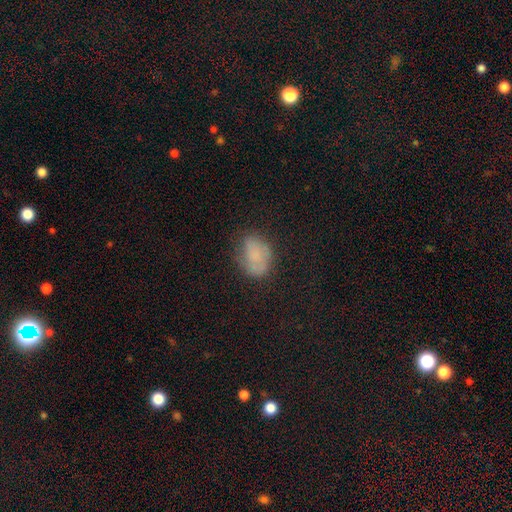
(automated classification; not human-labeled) Smooth or featured?
  - smooth: 69% *
  - featured or disk: 19%
  - star or artifact: 12%
How rounded?
  - in between: 74% *
  - round: 24%
  - cigar-shaped: 1%
Merging?
  - none: 58% *
  - minor disturbance: 28%
  - major disturbance: 12%
  - merger: 2%